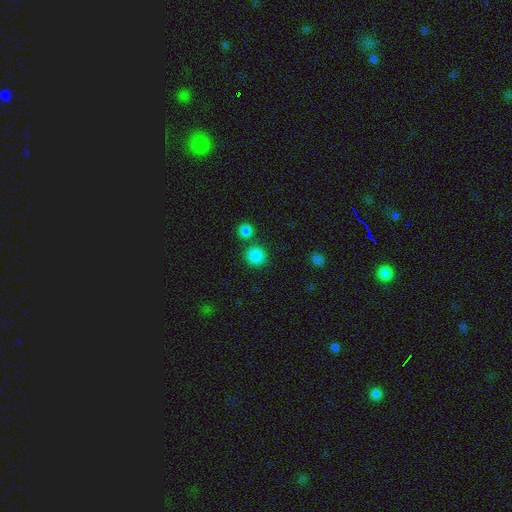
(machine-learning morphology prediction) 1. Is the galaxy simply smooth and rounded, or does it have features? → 86% smooth, 11% star or artifact, 3% featured or disk.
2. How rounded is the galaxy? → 91% round, 8% in between, 1% cigar-shaped.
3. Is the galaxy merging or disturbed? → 77% none, 12% merger, 8% minor disturbance, 3% major disturbance.